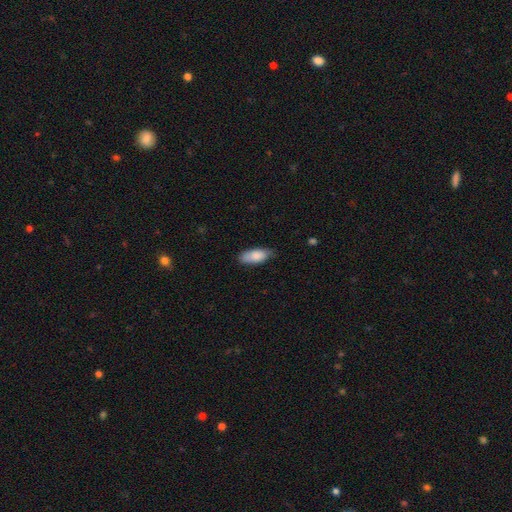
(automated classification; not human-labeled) Smooth or featured?
  - smooth: 84% *
  - featured or disk: 10%
  - star or artifact: 6%
How rounded?
  - in between: 83% *
  - cigar-shaped: 15%
  - round: 2%
Merging?
  - none: 73% *
  - minor disturbance: 22%
  - major disturbance: 4%
  - merger: 2%